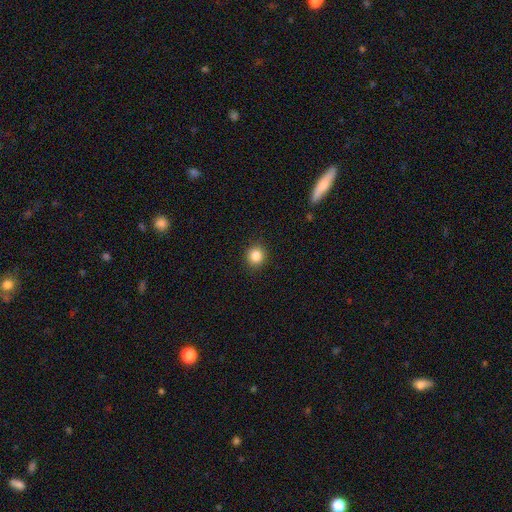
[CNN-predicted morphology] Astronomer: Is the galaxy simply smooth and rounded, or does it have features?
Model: smooth — 85%.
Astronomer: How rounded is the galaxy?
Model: round — 89%.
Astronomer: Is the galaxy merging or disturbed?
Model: none — 91%.